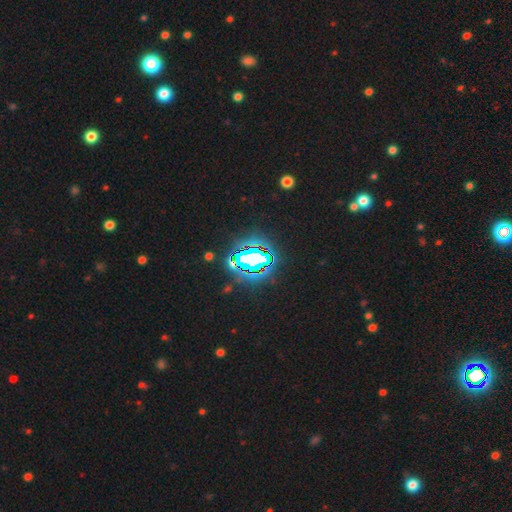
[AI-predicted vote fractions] The model was most divided on "smooth or featured": star or artifact: 76%, smooth: 13%, featured or disk: 11%.